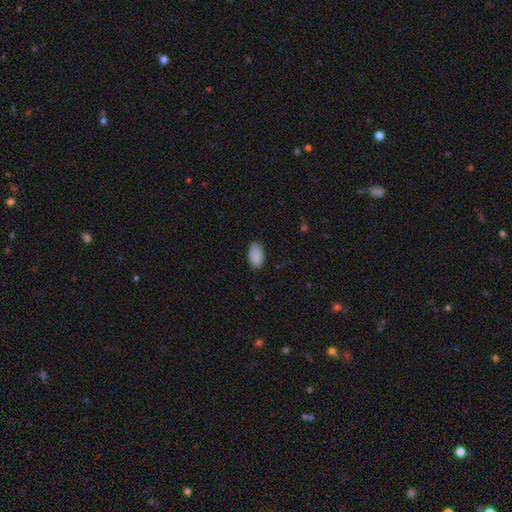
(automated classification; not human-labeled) Smooth or featured?
  - smooth: 89% *
  - star or artifact: 7%
  - featured or disk: 4%
How rounded?
  - in between: 93% *
  - round: 5%
  - cigar-shaped: 2%
Merging?
  - none: 81% *
  - minor disturbance: 15%
  - major disturbance: 3%
  - merger: 1%